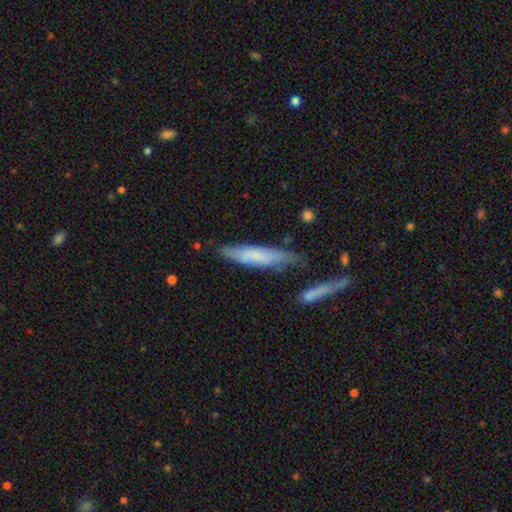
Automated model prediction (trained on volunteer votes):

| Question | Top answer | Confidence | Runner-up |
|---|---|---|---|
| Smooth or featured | smooth | 62% | featured or disk (32%) |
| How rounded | cigar-shaped | 83% | in between (16%) |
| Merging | none | 67% | minor disturbance (21%) |